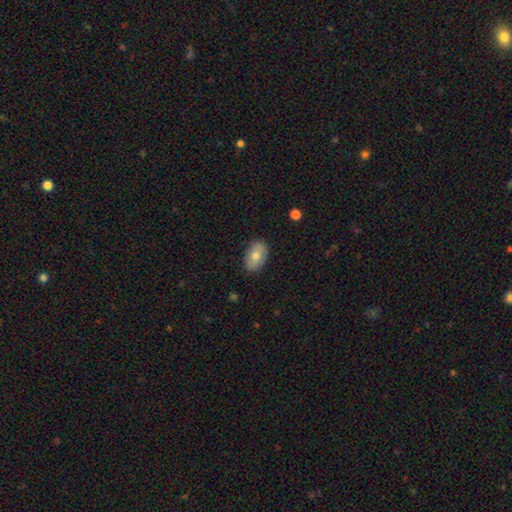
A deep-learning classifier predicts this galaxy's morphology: The model was most divided on "smooth or featured": smooth: 71%, featured or disk: 22%, star or artifact: 7%. More confident: how rounded — in between (91%); merging — none (86%).